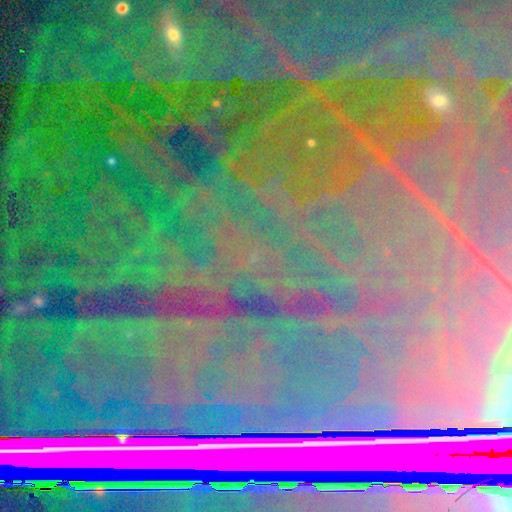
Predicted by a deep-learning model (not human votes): Smooth or featured: star or artifact — 88% (featured or disk — 7%)